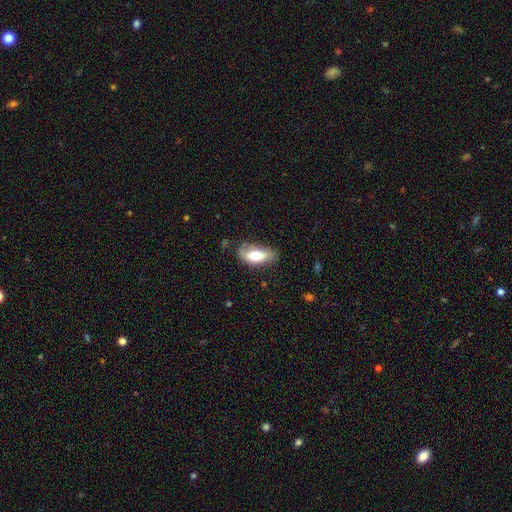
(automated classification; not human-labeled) Smooth or featured? smooth (65%)
How rounded? in between (86%)
Merging? none (58%)